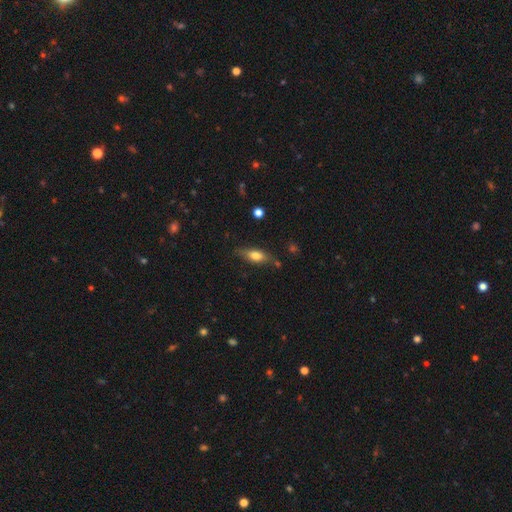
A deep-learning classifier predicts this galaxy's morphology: Q: Smooth or featured?
A: smooth (65%); runner-up: featured or disk (28%)
Q: How rounded?
A: in between (65%); runner-up: cigar-shaped (31%)
Q: Merging?
A: none (73%); runner-up: minor disturbance (19%)